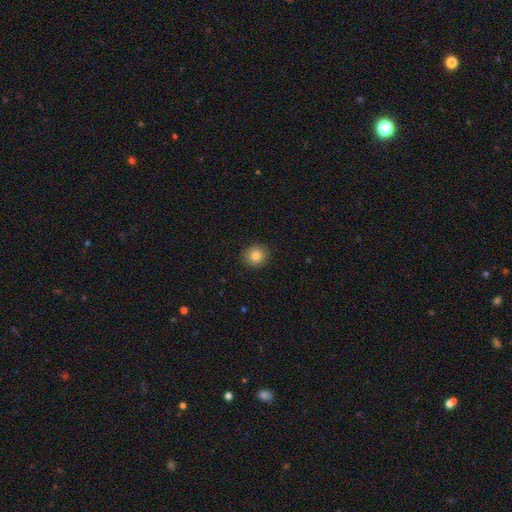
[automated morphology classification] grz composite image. It shows a smooth galaxy with no disk features (83%) that is round (90%). Merging: none (91%).